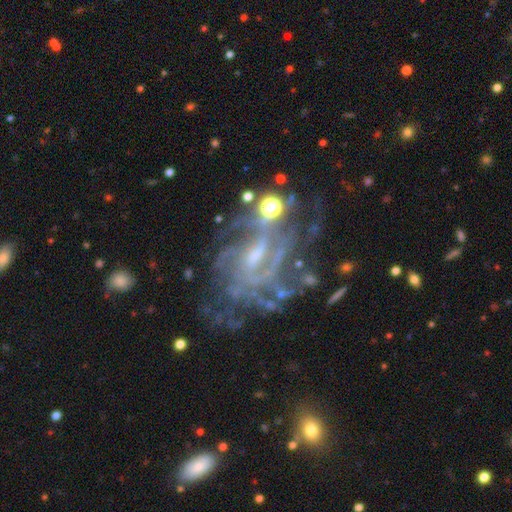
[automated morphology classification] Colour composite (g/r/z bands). It shows a featured or disk galaxy (84%) with a weak bar (50%), tight (46%) spiral arms (91%) and a small central bulge (48%). Merging: none (56%).